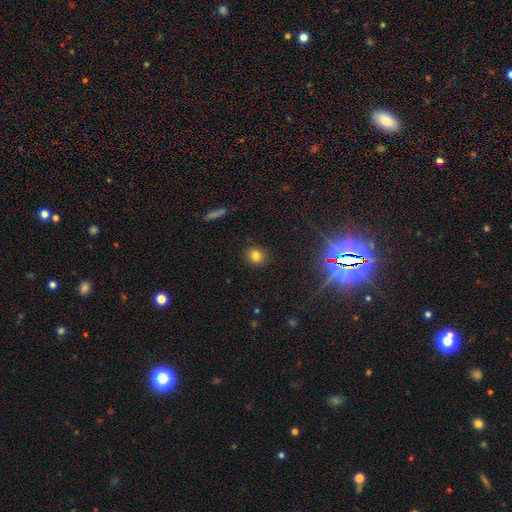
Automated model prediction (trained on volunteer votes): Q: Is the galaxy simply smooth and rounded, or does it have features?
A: smooth — 78%.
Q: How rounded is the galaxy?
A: round — 84%.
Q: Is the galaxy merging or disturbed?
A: none — 90%.